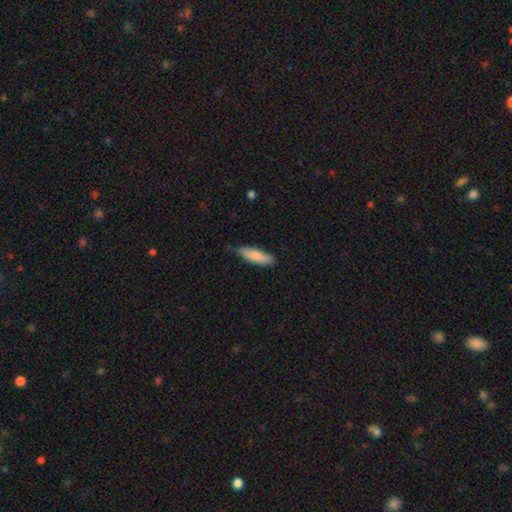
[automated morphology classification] smooth 83%, featured or disk 12%, star or artifact 6%. Down the decision tree: how rounded — cigar-shaped (55%); merging — none (78%).